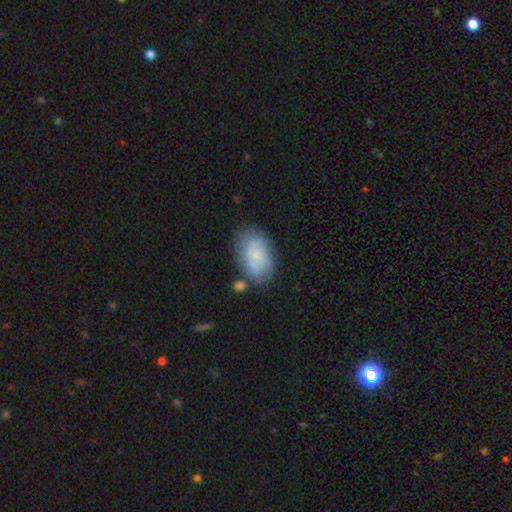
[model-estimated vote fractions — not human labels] Q: Smooth or featured?
A: smooth (62%); runner-up: featured or disk (30%)
Q: How rounded?
A: in between (90%); runner-up: round (8%)
Q: Merging?
A: none (61%); runner-up: minor disturbance (22%)